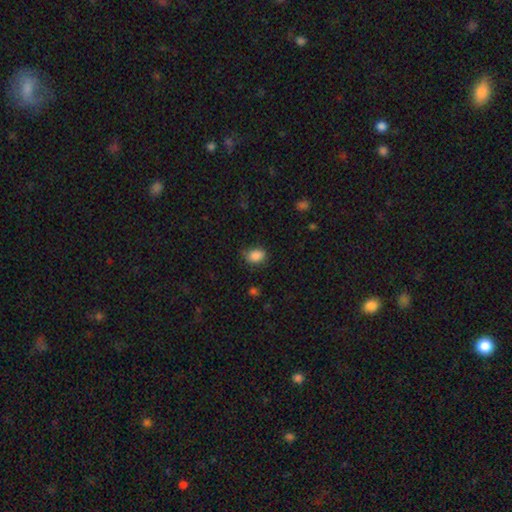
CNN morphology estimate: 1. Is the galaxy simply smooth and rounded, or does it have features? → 87% smooth, 9% star or artifact, 4% featured or disk.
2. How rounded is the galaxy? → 74% in between, 25% round, 1% cigar-shaped.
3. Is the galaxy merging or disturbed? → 72% none, 22% minor disturbance, 5% major disturbance, 1% merger.